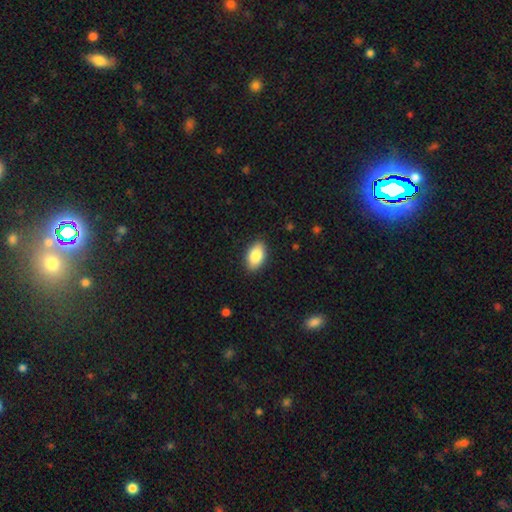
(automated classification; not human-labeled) Overall: smooth (86%). How rounded: in between (93%). Merging: none (88%).